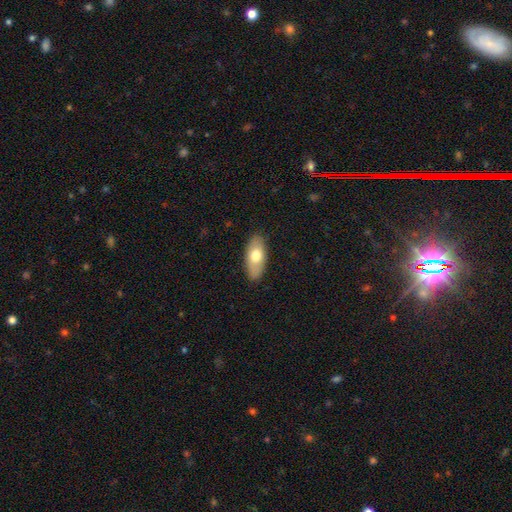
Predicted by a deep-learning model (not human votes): Overall: smooth (69%). How rounded: in between (87%). Merging: none (87%).